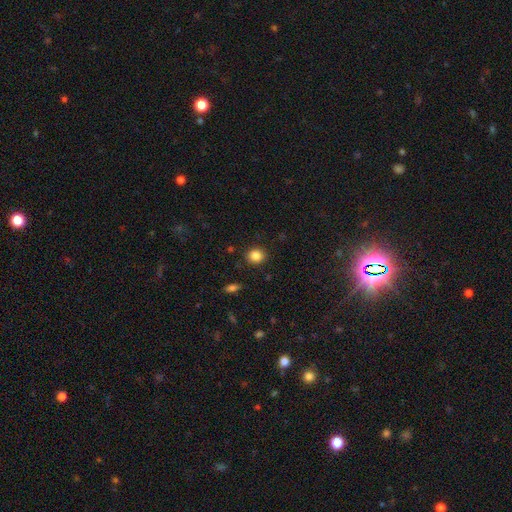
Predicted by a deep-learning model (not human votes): The model was most divided on "how rounded": round: 78%, in between: 21%, cigar-shaped: 1%. More confident: merging — none (90%); smooth or featured — smooth (85%).